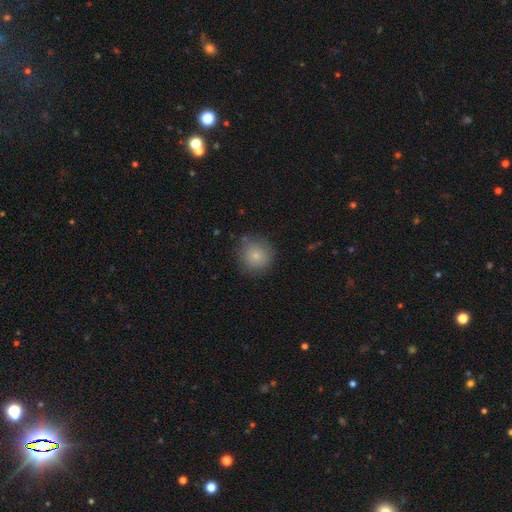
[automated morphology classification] This is likely a smooth galaxy (80%). How rounded: clearly round (93%). Merging: clearly none (82%).